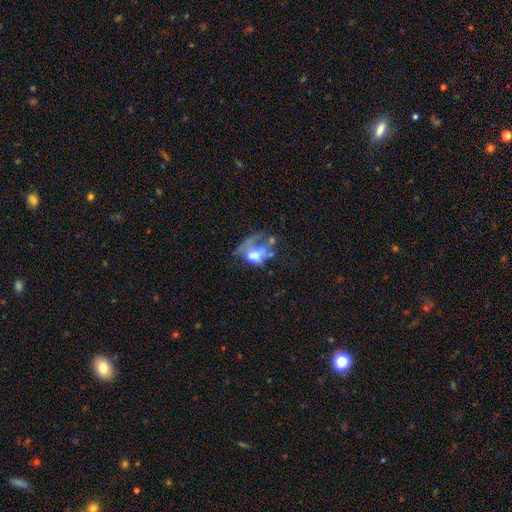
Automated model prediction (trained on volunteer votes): smooth-or-featured: featured or disk: 49% | smooth: 39% | star or artifact: 13%
  merging: major disturbance: 46% | merger: 22% | none: 17% | minor disturbance: 15%